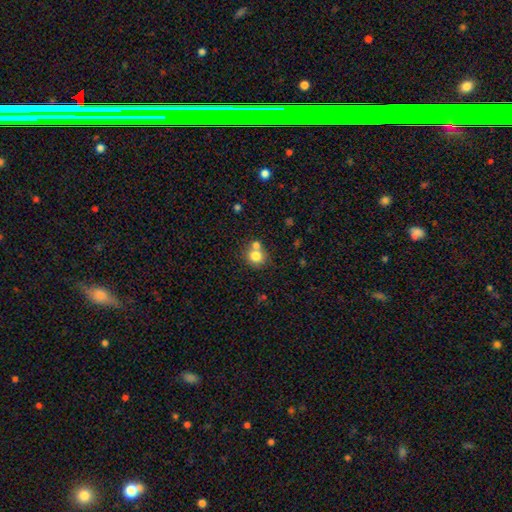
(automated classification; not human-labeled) The model was most divided on "merging": none: 53%, merger: 37%, minor disturbance: 8%, major disturbance: 3%. More confident: how rounded — round (84%); smooth or featured — smooth (78%).